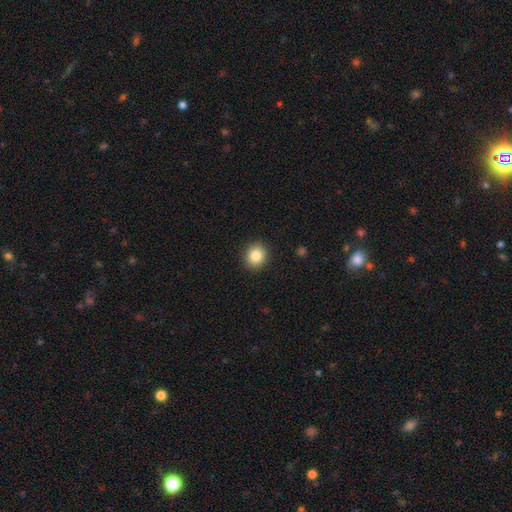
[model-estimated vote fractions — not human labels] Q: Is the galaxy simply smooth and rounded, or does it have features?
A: smooth — 85%.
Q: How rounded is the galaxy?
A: round — 83%.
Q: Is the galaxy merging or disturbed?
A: none — 91%.